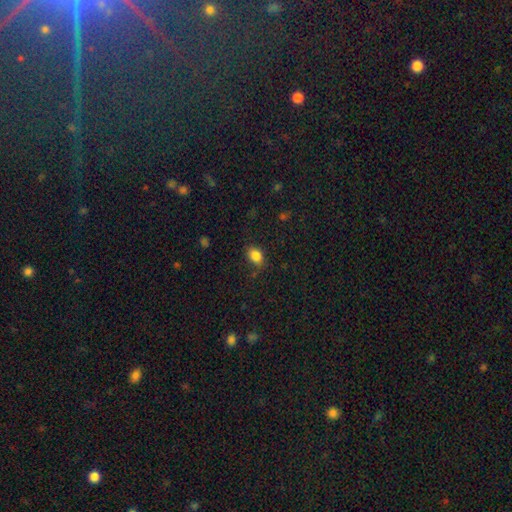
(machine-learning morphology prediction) This is clearly a smooth galaxy (85%). How rounded: likely in between (72%). Merging: likely none (80%).